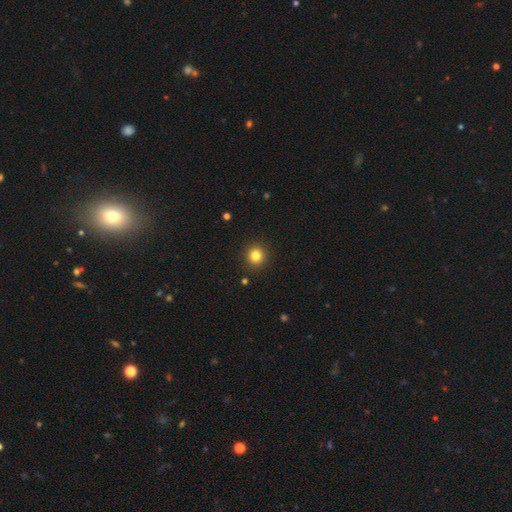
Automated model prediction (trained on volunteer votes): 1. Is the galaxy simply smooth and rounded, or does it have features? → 82% smooth, 12% star or artifact, 6% featured or disk.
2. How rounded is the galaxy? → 92% round, 7% in between, 1% cigar-shaped.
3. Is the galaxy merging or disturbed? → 92% none, 5% minor disturbance, 2% major disturbance, 1% merger.